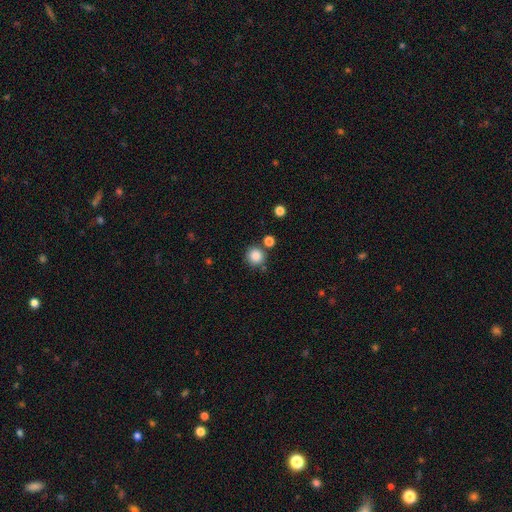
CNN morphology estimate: smooth-or-featured: smooth: 85% | star or artifact: 11% | featured or disk: 4%
  how-rounded: round: 93% | in between: 6% | cigar-shaped: 1%
  merging: none: 79% | minor disturbance: 9% | merger: 9% | major disturbance: 3%